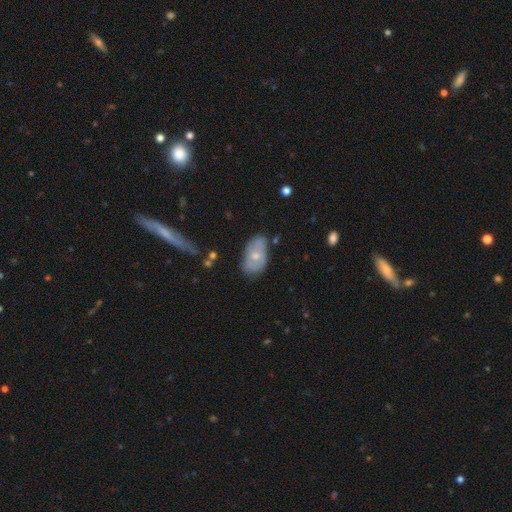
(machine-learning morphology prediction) smooth 54%, featured or disk 39%, star or artifact 7%. Down the decision tree: how rounded — in between (91%); merging — none (60%).